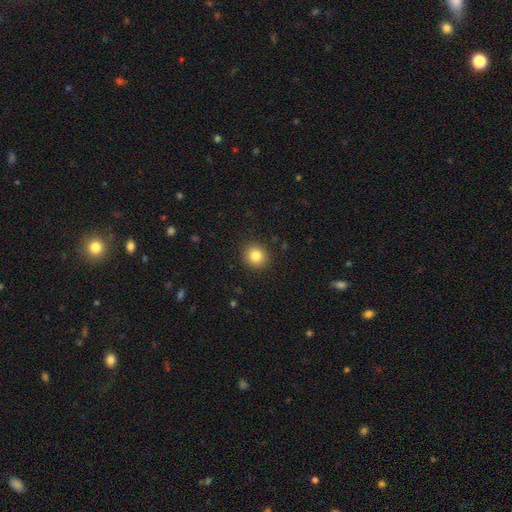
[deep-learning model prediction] This is clearly a smooth galaxy (83%). How rounded: clearly round (88%). Merging: clearly none (91%).